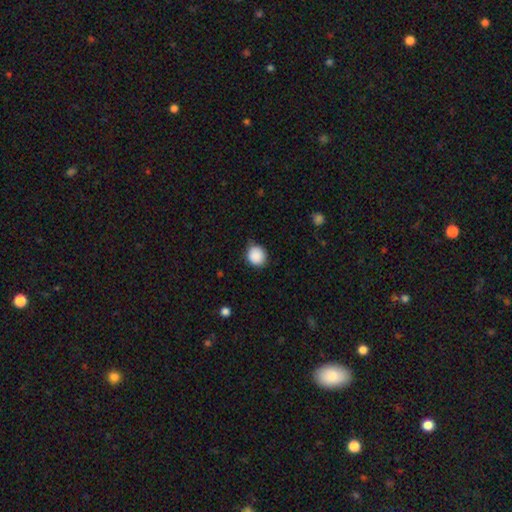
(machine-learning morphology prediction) Overall: smooth (89%). How rounded: round (86%). Merging: none (77%).